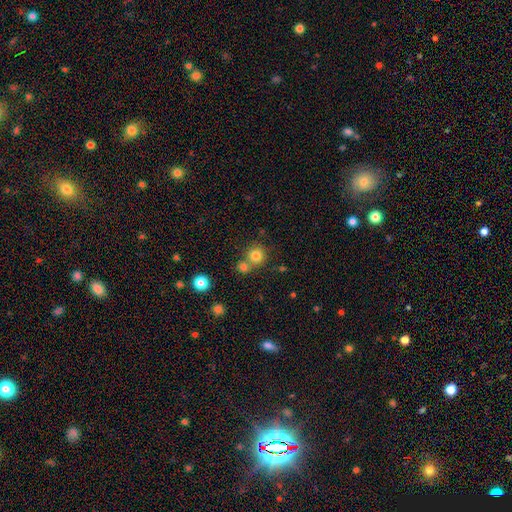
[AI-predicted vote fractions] This is likely a smooth galaxy (79%). How rounded: clearly round (91%). Merging: possibly none (59%).